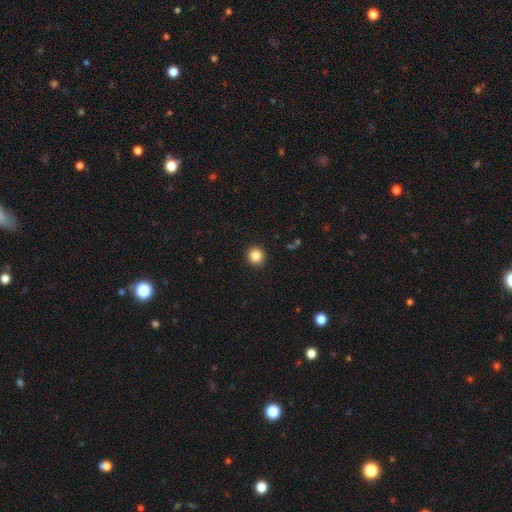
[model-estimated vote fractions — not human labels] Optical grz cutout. It shows a smooth galaxy with no disk features (84%) that is round (95%). Merging: none (93%).